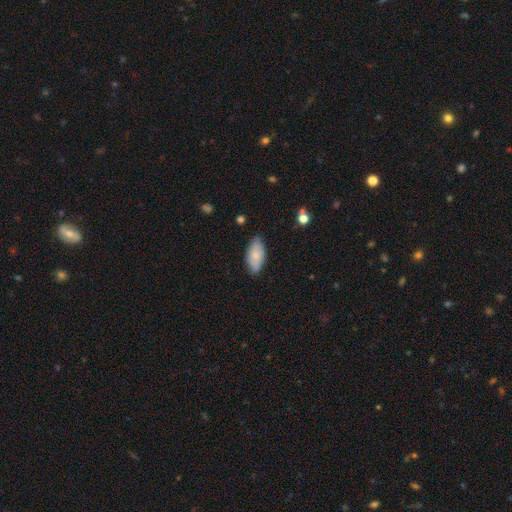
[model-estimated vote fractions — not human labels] Smooth or featured: smooth — 77% (featured or disk — 17%)
How rounded: in between — 93% (cigar-shaped — 5%)
Merging: none — 75% (minor disturbance — 20%)